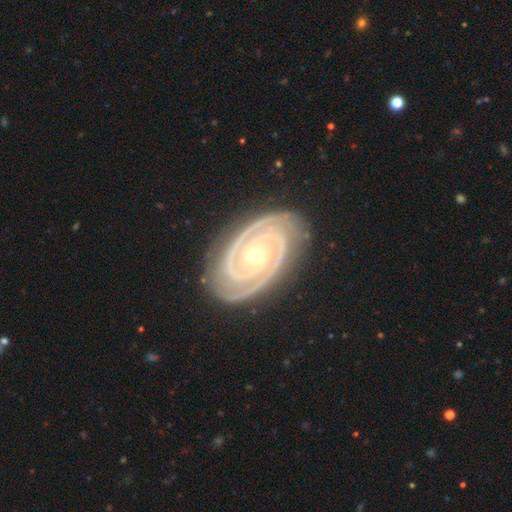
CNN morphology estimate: type=featured or disk (93%); edge-on=no (97%); bar=no (76%); spiral arms=yes (99%); winding=tight (87%); arm count=2 (81%); bulge=small (68%); merging=none (85%).